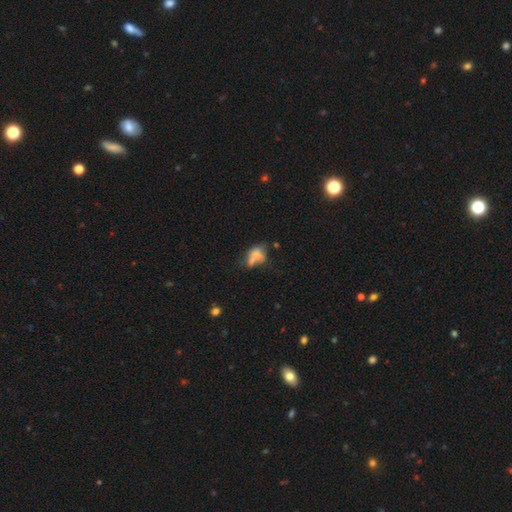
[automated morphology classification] type=smooth (62%); roundness=in between (61%); merging=merger (45%).